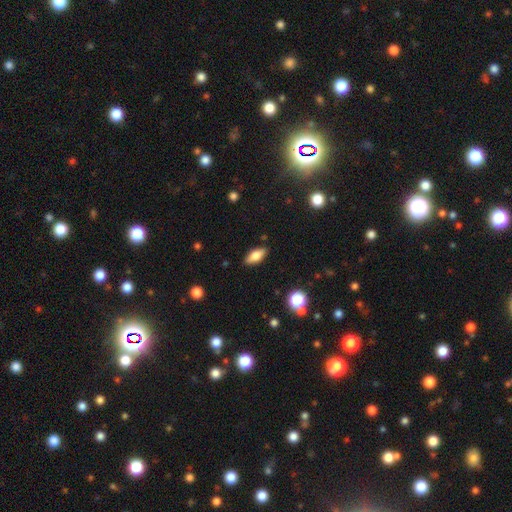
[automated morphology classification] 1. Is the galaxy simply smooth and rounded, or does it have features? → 69% smooth, 24% featured or disk, 8% star or artifact.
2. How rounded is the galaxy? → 78% in between, 19% cigar-shaped, 4% round.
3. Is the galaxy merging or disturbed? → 87% none, 10% minor disturbance, 2% major disturbance, 1% merger.